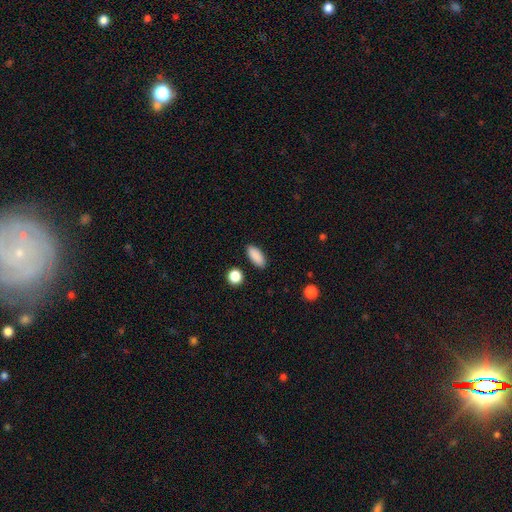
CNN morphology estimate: Smooth or featured?
  - smooth: 89% *
  - star or artifact: 7%
  - featured or disk: 4%
How rounded?
  - in between: 82% *
  - cigar-shaped: 15%
  - round: 3%
Merging?
  - none: 89% *
  - minor disturbance: 7%
  - major disturbance: 2%
  - merger: 2%